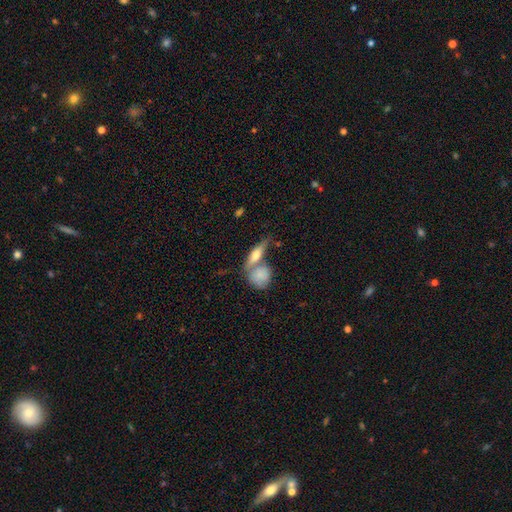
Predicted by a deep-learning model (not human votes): A smooth galaxy with no disk features (55%) that is in between round and cigar-shaped (46%).

Vote fractions:
- Smooth or featured? smooth: 55% / featured or disk: 38% / star or artifact: 7%
- How rounded? in between: 46% / cigar-shaped: 43% / round: 11%
- Merging? none: 47% / merger: 37% / minor disturbance: 11% / major disturbance: 5%